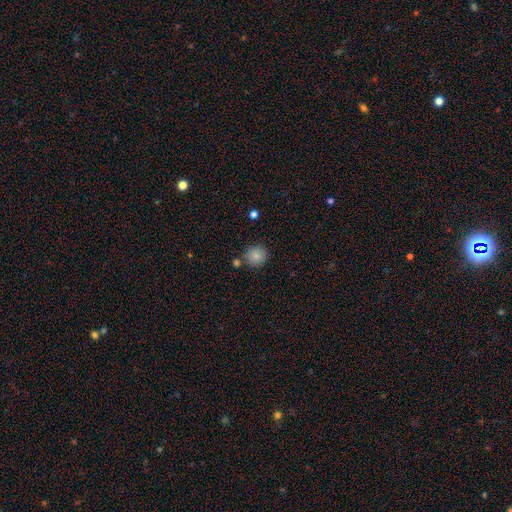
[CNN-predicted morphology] Smooth or featured: smooth — 85% (star or artifact — 9%)
How rounded: round — 90% (in between — 9%)
Merging: none — 78% (minor disturbance — 10%)